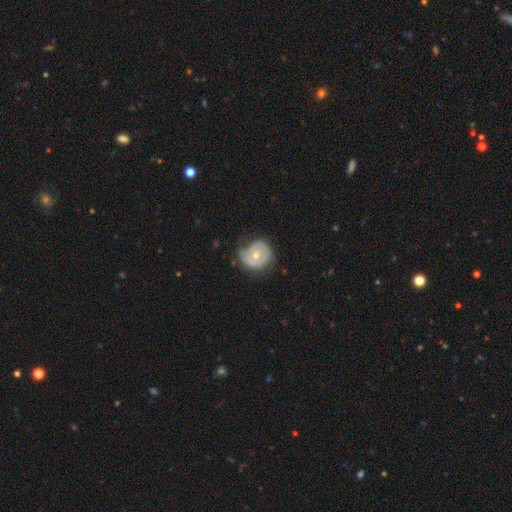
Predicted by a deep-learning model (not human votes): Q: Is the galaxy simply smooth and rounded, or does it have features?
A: featured or disk — 57%.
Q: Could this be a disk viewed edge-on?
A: no — 97%.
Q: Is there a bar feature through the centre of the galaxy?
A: no — 83%.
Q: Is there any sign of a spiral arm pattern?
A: yes — 59%.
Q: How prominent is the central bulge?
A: moderate — 59%.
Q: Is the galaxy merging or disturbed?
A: none — 51%.